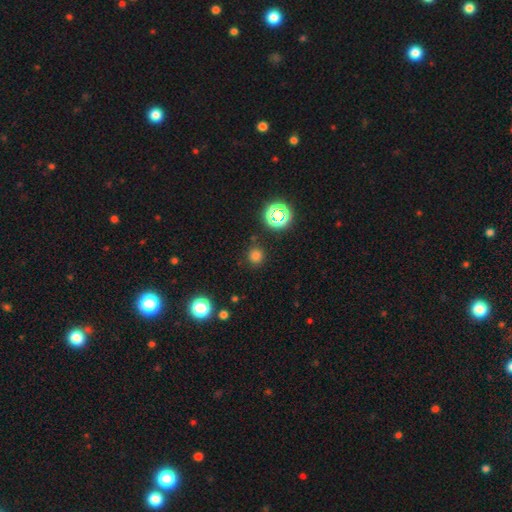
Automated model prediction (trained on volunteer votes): Smooth or featured?
  - smooth: 73% *
  - star or artifact: 22%
  - featured or disk: 5%
How rounded?
  - round: 92% *
  - in between: 7%
  - cigar-shaped: 1%
Merging?
  - none: 87% *
  - minor disturbance: 7%
  - major disturbance: 3%
  - merger: 3%